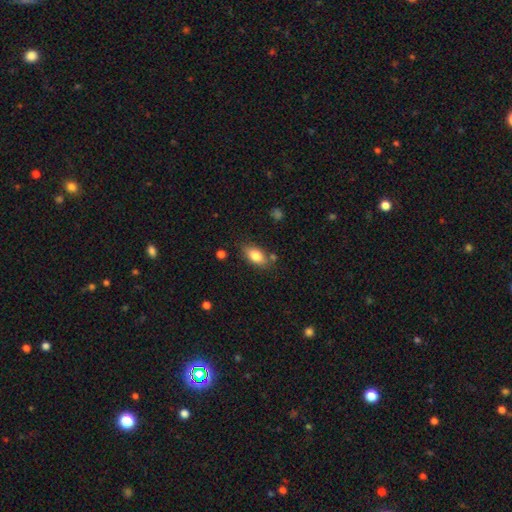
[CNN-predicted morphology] smooth_or_featured: smooth (p=0.82) [alt: featured or disk p=0.10]
how_rounded: in between (p=0.88) [alt: round p=0.06]
merging: none (p=0.78) [alt: minor disturbance p=0.14]